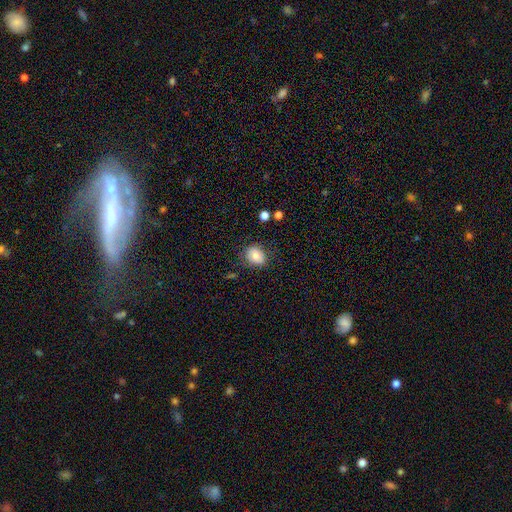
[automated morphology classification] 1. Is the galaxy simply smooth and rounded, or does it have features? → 79% smooth, 11% featured or disk, 10% star or artifact.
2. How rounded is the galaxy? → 56% round, 44% in between, 1% cigar-shaped.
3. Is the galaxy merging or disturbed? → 76% none, 16% minor disturbance, 5% major disturbance, 2% merger.